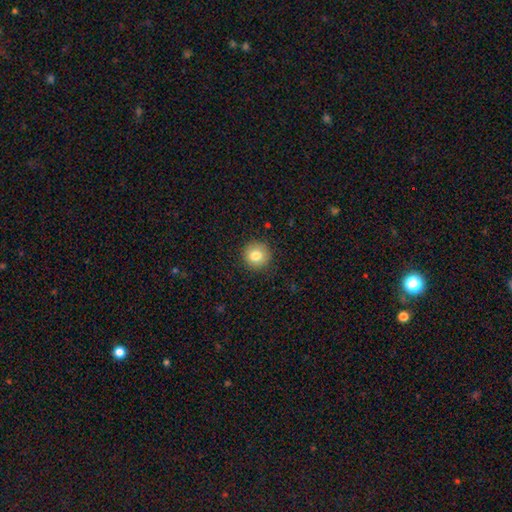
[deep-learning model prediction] Overall: smooth (81%). How rounded: round (93%). Merging: none (89%).